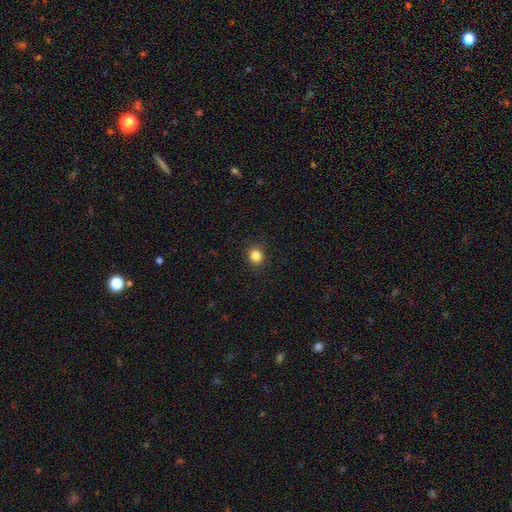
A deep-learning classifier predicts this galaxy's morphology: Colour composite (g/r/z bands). It shows a smooth galaxy with no disk features (85%) that is round (84%). Merging: none (90%).